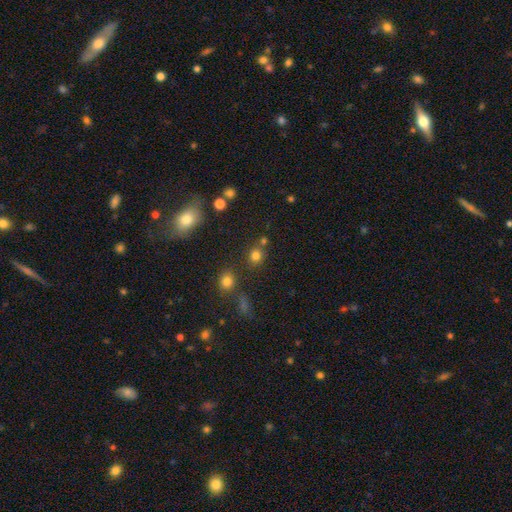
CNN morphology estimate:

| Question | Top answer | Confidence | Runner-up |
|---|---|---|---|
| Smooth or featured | smooth | 78% | star or artifact (16%) |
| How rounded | round | 80% | in between (19%) |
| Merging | none | 70% | merger (16%) |